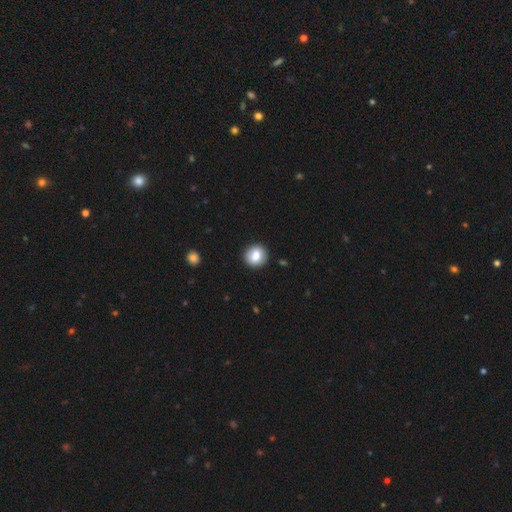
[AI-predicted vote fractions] Smooth or featured? smooth (82%)
How rounded? round (81%)
Merging? none (90%)